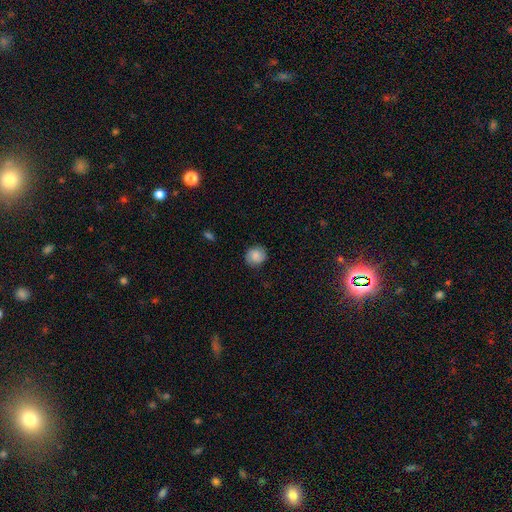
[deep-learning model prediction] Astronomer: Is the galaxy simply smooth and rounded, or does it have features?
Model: smooth — 79%.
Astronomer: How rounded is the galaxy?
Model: round — 86%.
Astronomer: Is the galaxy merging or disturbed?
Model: none — 84%.